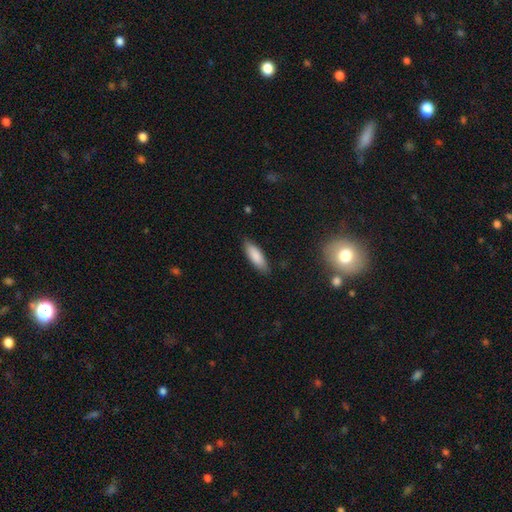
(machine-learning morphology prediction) Smooth or featured? Predicted: smooth (p=0.86). How rounded? Predicted: in between (p=0.57). Merging? Predicted: none (p=0.84).